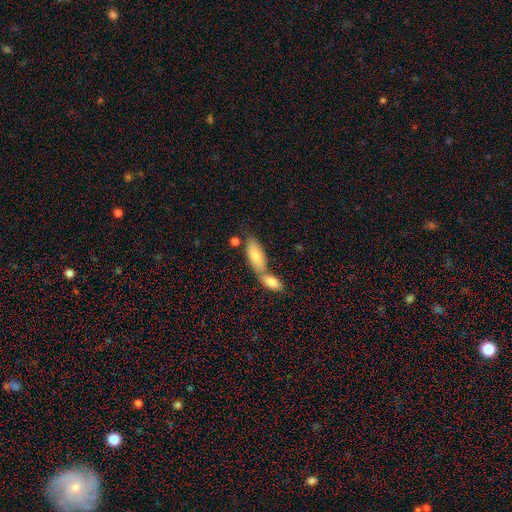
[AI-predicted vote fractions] Smooth or featured? smooth (78%)
How rounded? in between (81%)
Merging? merger (46%)